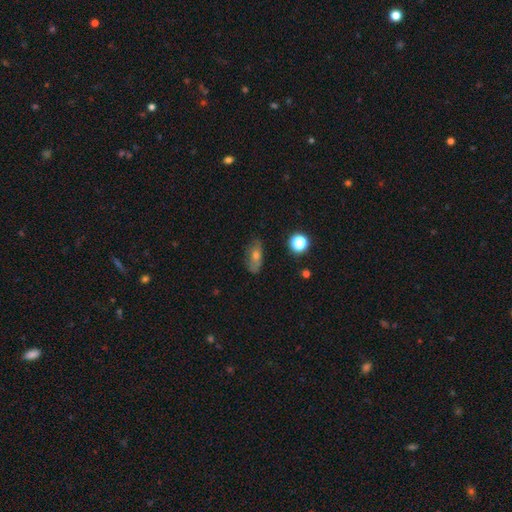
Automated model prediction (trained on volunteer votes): Smooth or featured?
  - smooth: 54% *
  - featured or disk: 30%
  - star or artifact: 17%
How rounded?
  - in between: 72% *
  - cigar-shaped: 16%
  - round: 12%
Merging?
  - none: 74% *
  - minor disturbance: 19%
  - major disturbance: 5%
  - merger: 2%